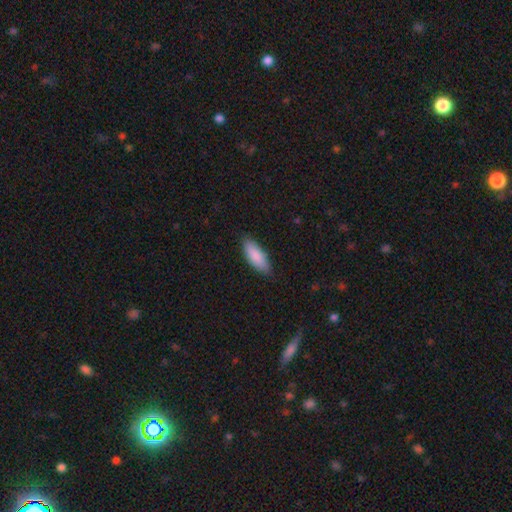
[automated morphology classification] Overall: smooth (88%). How rounded: in between (73%). Merging: none (84%).